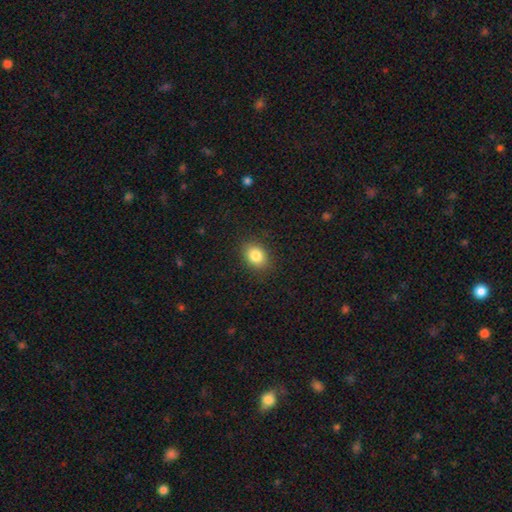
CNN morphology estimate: Overall: smooth (84%). How rounded: in between (60%; round 39%). Merging: none (88%).